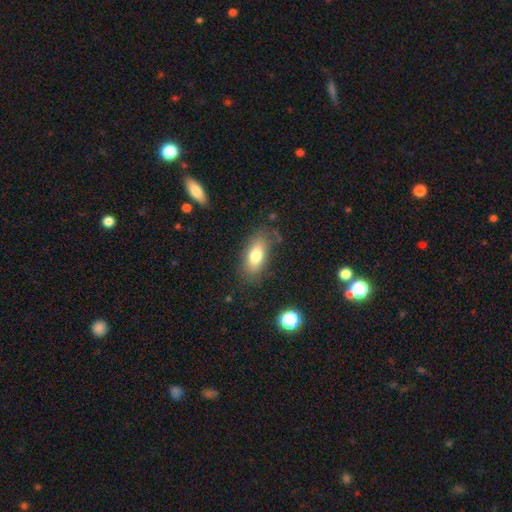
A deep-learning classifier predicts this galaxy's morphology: A smooth galaxy with no disk features (76%) that is in between round and cigar-shaped (83%).

Vote fractions:
- Smooth or featured? smooth: 76% / featured or disk: 16% / star or artifact: 9%
- How rounded? in between: 83% / cigar-shaped: 12% / round: 5%
- Merging? none: 79% / minor disturbance: 14% / major disturbance: 5% / merger: 2%